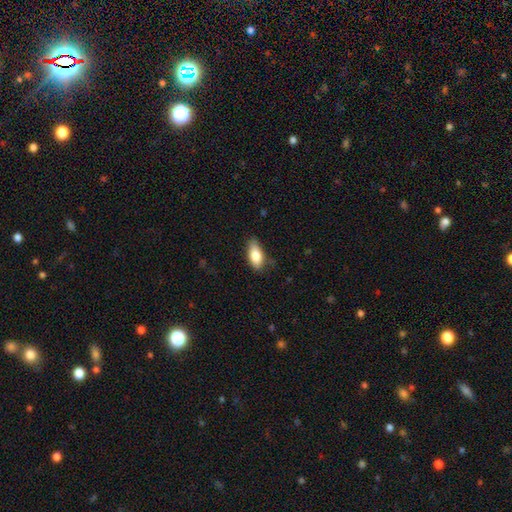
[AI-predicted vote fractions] A smooth galaxy with no disk features (80%) that is in between round and cigar-shaped (87%).

Vote fractions:
- Smooth or featured? smooth: 80% / featured or disk: 13% / star or artifact: 7%
- How rounded? in between: 87% / cigar-shaped: 10% / round: 3%
- Merging? none: 74% / minor disturbance: 21% / major disturbance: 4% / merger: 1%